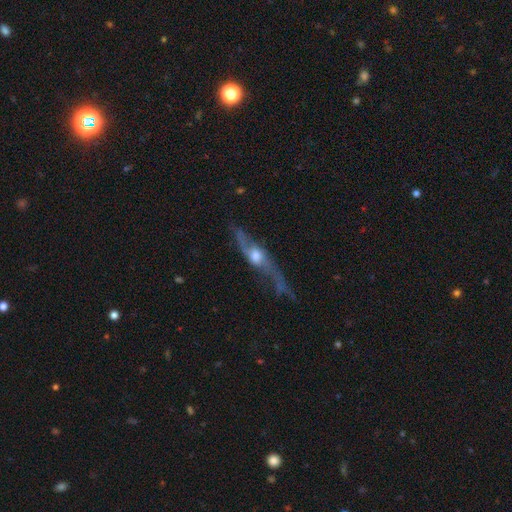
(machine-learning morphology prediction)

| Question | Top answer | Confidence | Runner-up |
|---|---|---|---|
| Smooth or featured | featured or disk | 74% | smooth (20%) |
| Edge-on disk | yes | 55% | no (45%) |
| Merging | none | 44% | minor disturbance (26%) |